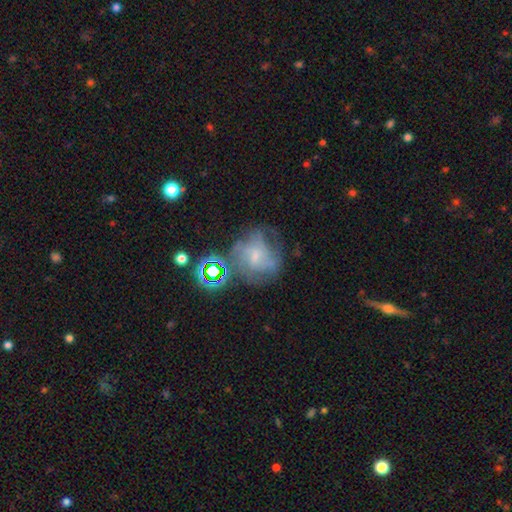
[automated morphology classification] A featured or disk galaxy (52%) with no bar (62%), spiral arms (62%) and a small central bulge (59%).

Vote fractions:
- Smooth or featured? featured or disk: 52% / smooth: 28% / star or artifact: 20%
- Edge-on disk? no: 97% / yes: 3%
- Bar? no: 62% / weak: 31% / strong: 7%
- Spiral arms? yes: 62% / no: 38%
- Bulge size? small: 59% / moderate: 19% / none: 18% / large: 2% / dominant: 1%
- Merging? none: 43% / major disturbance: 23% / minor disturbance: 21% / merger: 13%